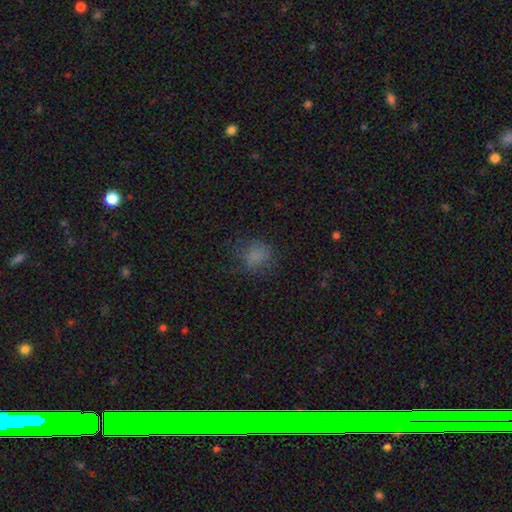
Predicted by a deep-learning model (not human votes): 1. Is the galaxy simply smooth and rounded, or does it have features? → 74% smooth, 16% star or artifact, 10% featured or disk.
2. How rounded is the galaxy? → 66% round, 33% in between, 1% cigar-shaped.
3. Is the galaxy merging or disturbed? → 65% none, 20% minor disturbance, 14% major disturbance, 1% merger.